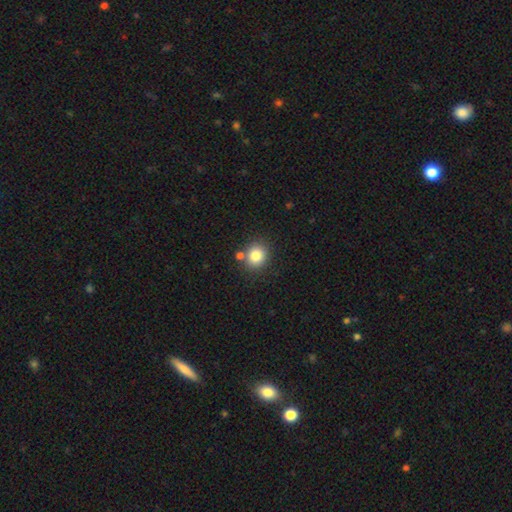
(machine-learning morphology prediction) Overall: smooth (83%). How rounded: round (76%). Merging: none (77%).